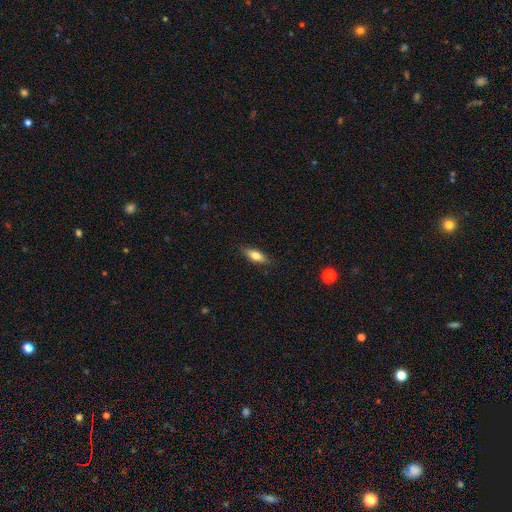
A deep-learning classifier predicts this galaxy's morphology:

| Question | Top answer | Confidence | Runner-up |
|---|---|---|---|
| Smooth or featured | smooth | 73% | featured or disk (20%) |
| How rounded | in between | 67% | cigar-shaped (30%) |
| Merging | none | 86% | minor disturbance (11%) |